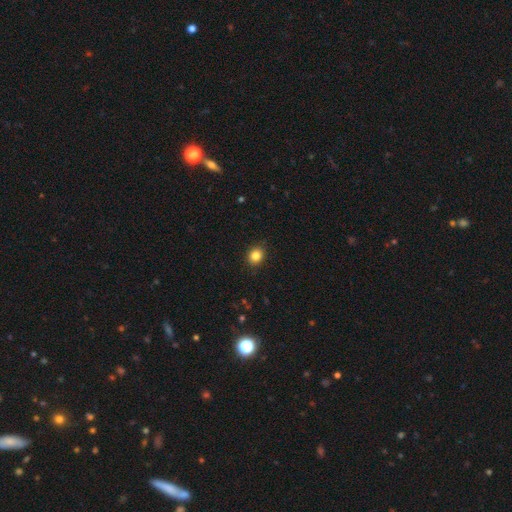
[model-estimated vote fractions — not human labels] Smooth or featured? smooth (84%)
How rounded? round (68%)
Merging? none (90%)